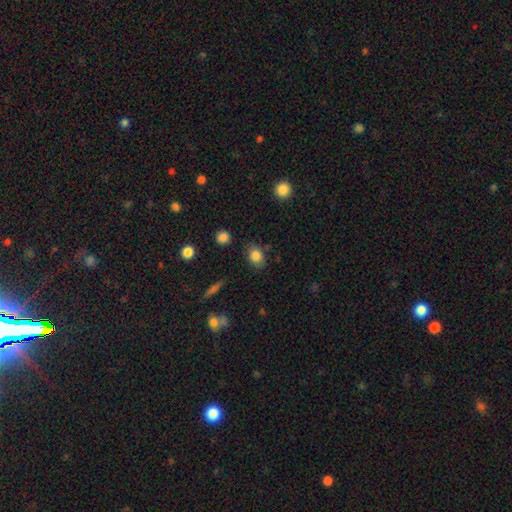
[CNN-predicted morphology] smooth 83%, star or artifact 9%, featured or disk 8%. Down the decision tree: how rounded — in between (60%); merging — none (80%).